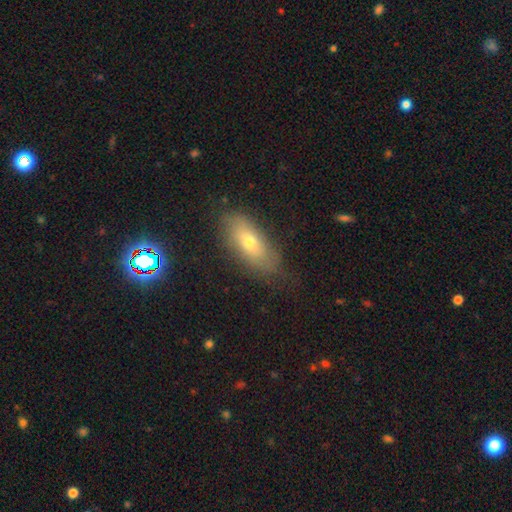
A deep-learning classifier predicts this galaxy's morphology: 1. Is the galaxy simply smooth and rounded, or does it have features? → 55% smooth, 30% featured or disk, 15% star or artifact.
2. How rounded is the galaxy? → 73% in between, 22% cigar-shaped, 5% round.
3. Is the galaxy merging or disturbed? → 78% none, 16% minor disturbance, 4% major disturbance, 2% merger.